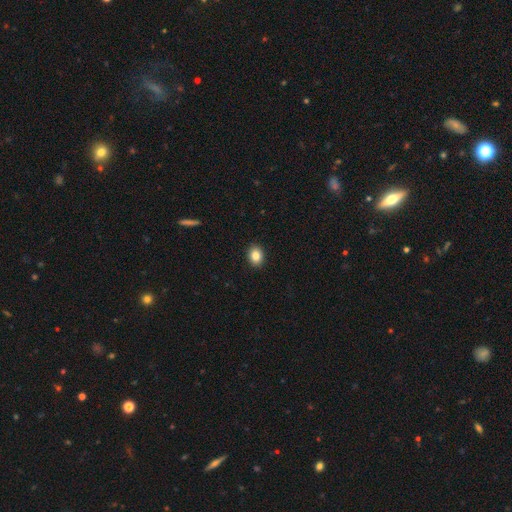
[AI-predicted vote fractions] The model was most divided on "how rounded": in between: 52%, round: 47%, cigar-shaped: 1%. More confident: merging — none (91%); smooth or featured — smooth (84%).